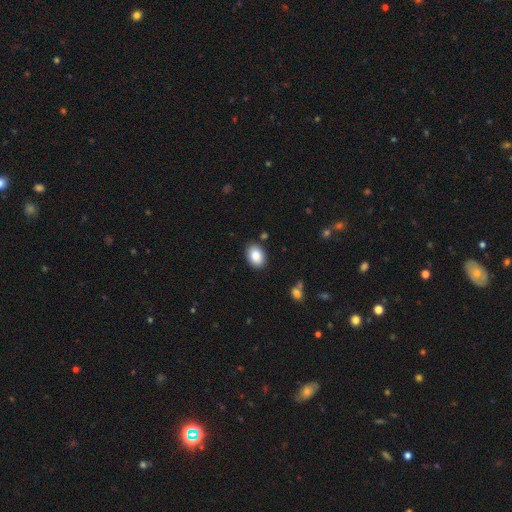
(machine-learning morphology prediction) A smooth galaxy with no disk features (87%) that is in between round and cigar-shaped (79%). Merging: none (87%).